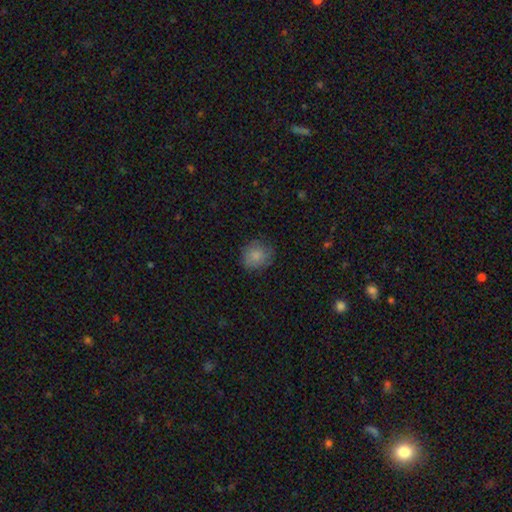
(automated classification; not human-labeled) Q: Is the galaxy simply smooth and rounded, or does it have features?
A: smooth — 84%.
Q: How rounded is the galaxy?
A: round — 83%.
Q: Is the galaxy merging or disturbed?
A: none — 79%.